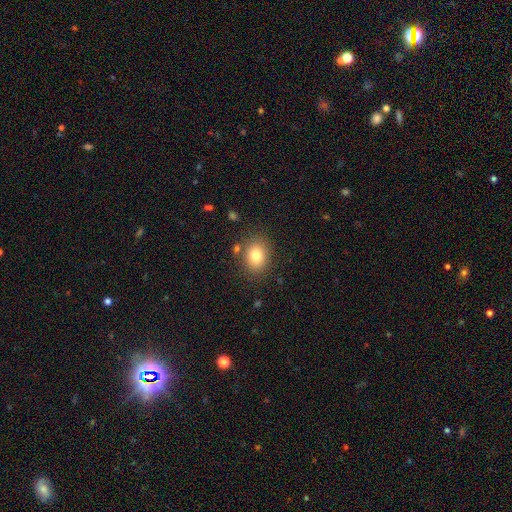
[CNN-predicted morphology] smooth_or_featured: smooth (p=0.80) [alt: star or artifact p=0.11]
how_rounded: in between (p=0.51) [alt: round p=0.48]
merging: none (p=0.82) [alt: minor disturbance p=0.10]